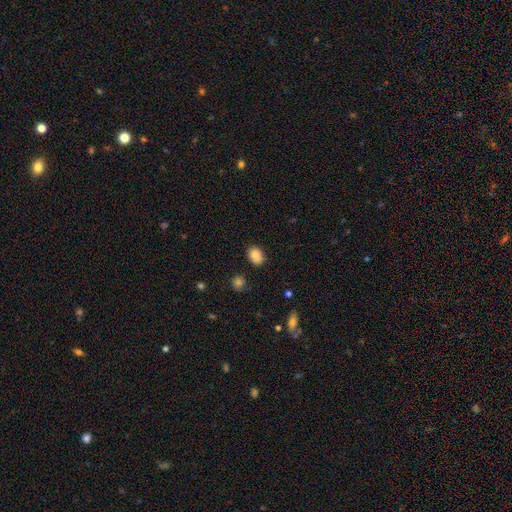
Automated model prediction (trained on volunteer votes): A smooth galaxy with no disk features (87%) that is in between round and cigar-shaped (63%).

Vote fractions:
- Smooth or featured? smooth: 87% / star or artifact: 9% / featured or disk: 4%
- How rounded? in between: 63% / round: 36% / cigar-shaped: 1%
- Merging? none: 87% / minor disturbance: 9% / major disturbance: 2% / merger: 2%